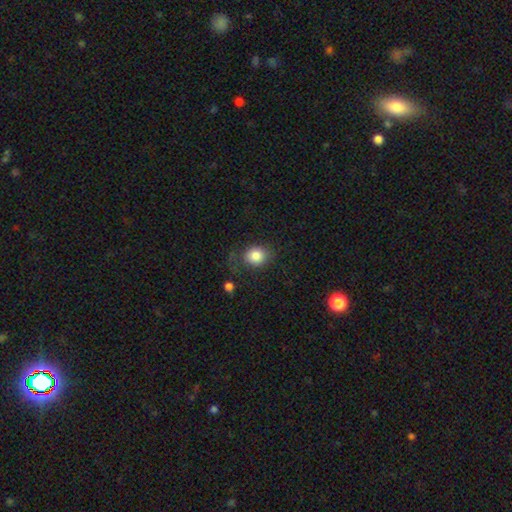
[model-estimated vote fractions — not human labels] smooth 84%, star or artifact 9%, featured or disk 7%. Down the decision tree: how rounded — round (73%); merging — none (67%).